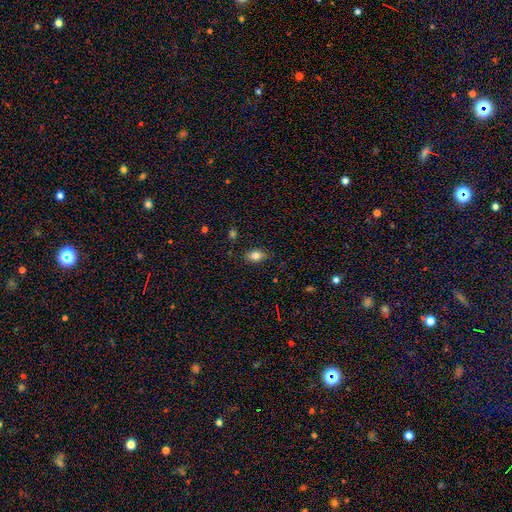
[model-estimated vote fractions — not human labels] Smooth or featured? Predicted: smooth (p=0.81). How rounded? Predicted: in between (p=0.83). Merging? Predicted: none (p=0.84).